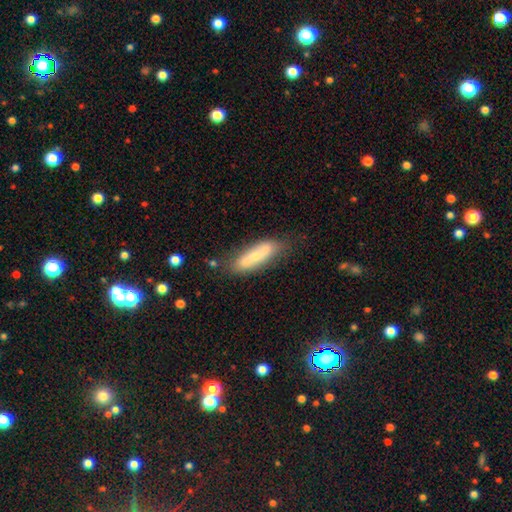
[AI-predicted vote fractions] Q: Smooth or featured?
A: smooth (52%); runner-up: featured or disk (41%)
Q: How rounded?
A: cigar-shaped (56%); runner-up: in between (41%)
Q: Merging?
A: none (72%); runner-up: minor disturbance (20%)